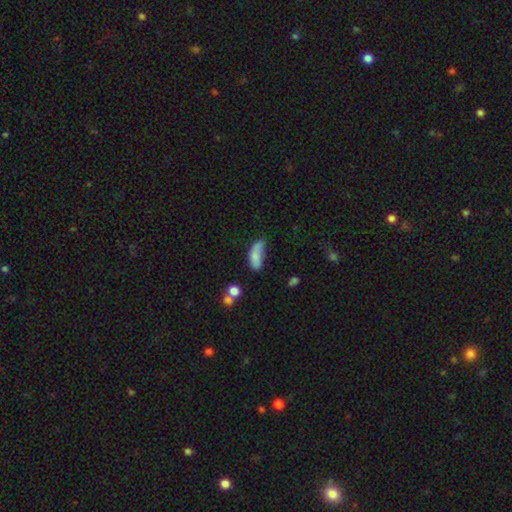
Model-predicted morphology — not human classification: The model was most divided on "merging": none: 37%, minor disturbance: 35%, major disturbance: 20%, merger: 9%. More confident: smooth or featured — smooth (78%); how rounded — in between (77%).